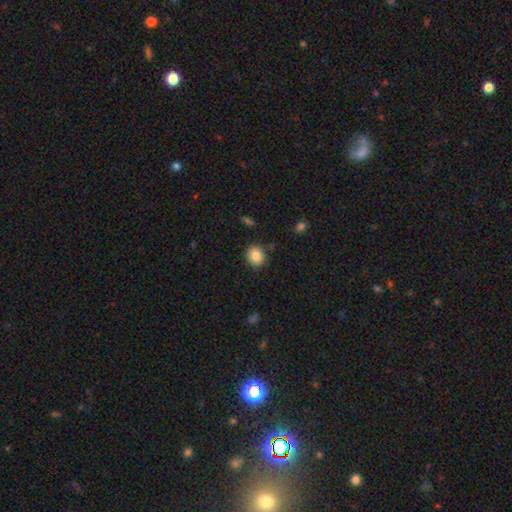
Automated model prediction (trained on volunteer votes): The model was most divided on "how rounded": round: 67%, in between: 32%, cigar-shaped: 1%. More confident: merging — none (85%); smooth or featured — smooth (85%).